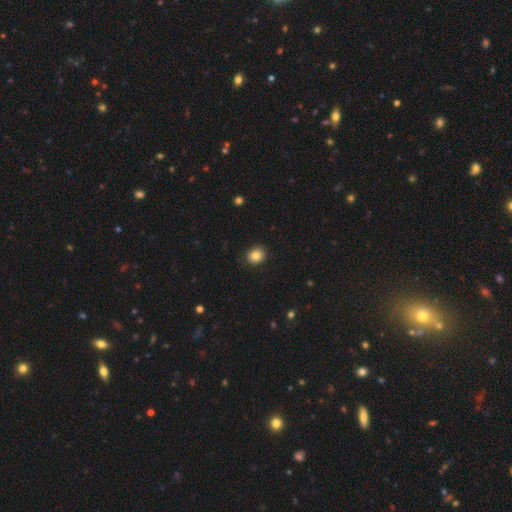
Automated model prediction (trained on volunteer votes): A smooth galaxy with no disk features (84%) that is round (68%).

Vote fractions:
- Smooth or featured? smooth: 84% / star or artifact: 10% / featured or disk: 6%
- How rounded? round: 68% / in between: 31% / cigar-shaped: 1%
- Merging? none: 88% / minor disturbance: 9% / major disturbance: 2% / merger: 1%